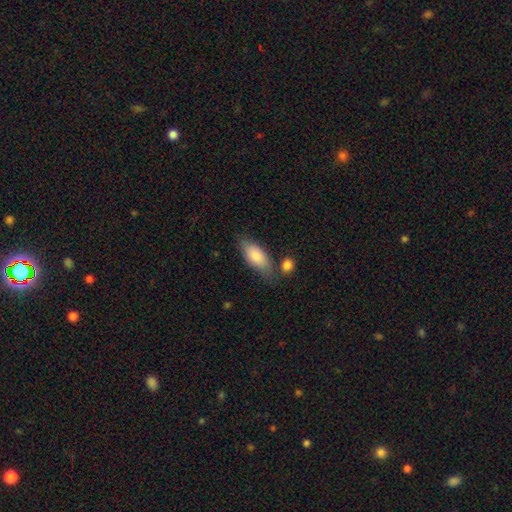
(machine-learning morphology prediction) Smooth or featured? smooth (80%)
How rounded? in between (81%)
Merging? none (66%)